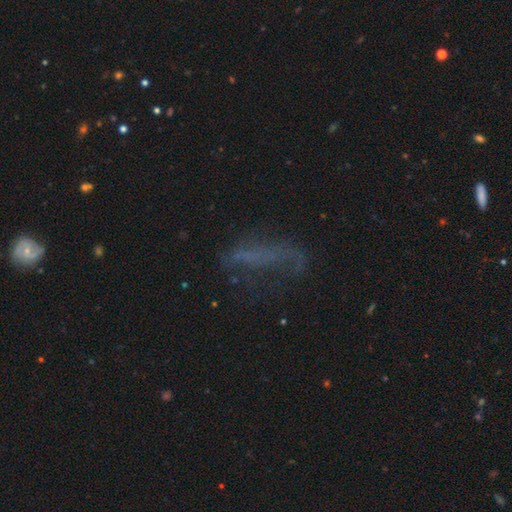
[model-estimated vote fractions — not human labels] The model was most divided on "smooth or featured": featured or disk: 41%, smooth: 36%, star or artifact: 23%. Remaining: merging — none (45%).